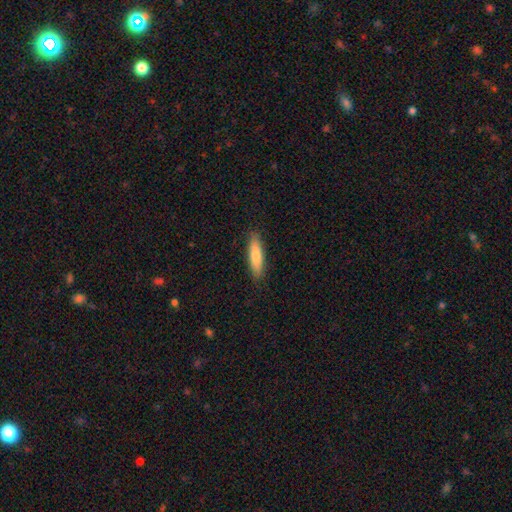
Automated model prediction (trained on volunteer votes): A smooth galaxy with no disk features (78%) that is cigar-shaped (74%).

Vote fractions:
- Smooth or featured? smooth: 78% / featured or disk: 16% / star or artifact: 5%
- How rounded? cigar-shaped: 74% / in between: 24% / round: 2%
- Merging? none: 89% / minor disturbance: 9% / major disturbance: 2% / merger: 1%